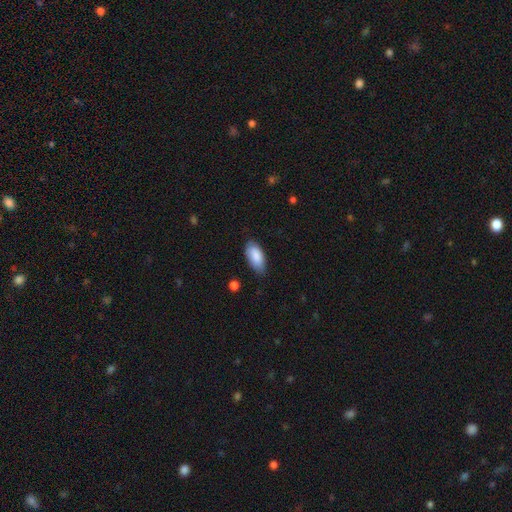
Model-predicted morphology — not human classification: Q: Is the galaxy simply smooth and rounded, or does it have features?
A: smooth — 88%.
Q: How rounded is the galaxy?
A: in between — 93%.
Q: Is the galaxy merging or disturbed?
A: none — 77%.